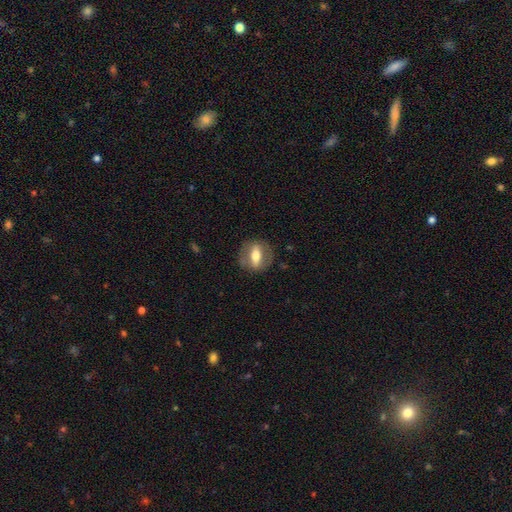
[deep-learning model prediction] This is possibly a featured or disk galaxy (48%). Merging: clearly none (81%).